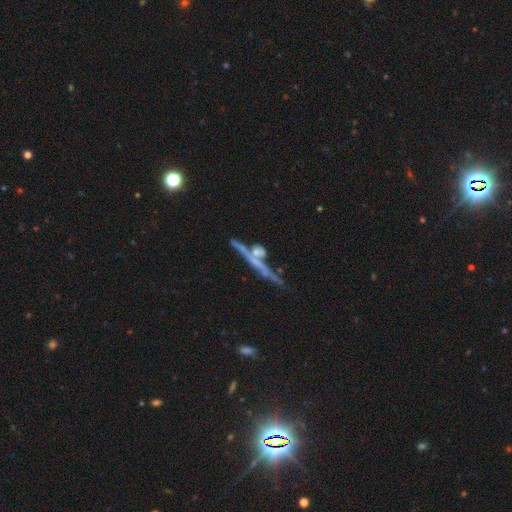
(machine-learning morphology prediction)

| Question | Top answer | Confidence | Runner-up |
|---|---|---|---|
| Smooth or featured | featured or disk | 60% | smooth (29%) |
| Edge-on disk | yes | 80% | no (20%) |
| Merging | none | 47% | merger (31%) |